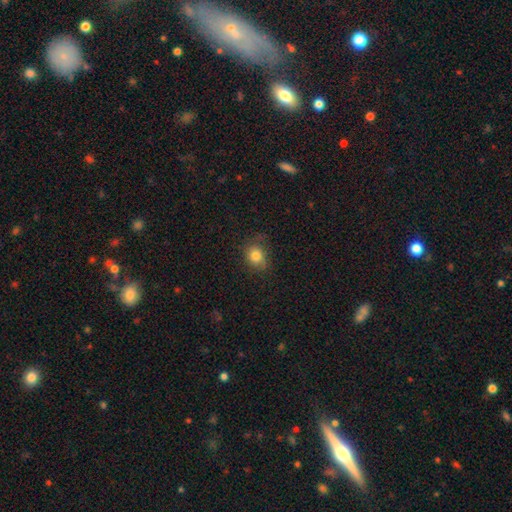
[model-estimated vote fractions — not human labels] smooth 81%, star or artifact 11%, featured or disk 8%. Down the decision tree: how rounded — round (58%); merging — none (73%).